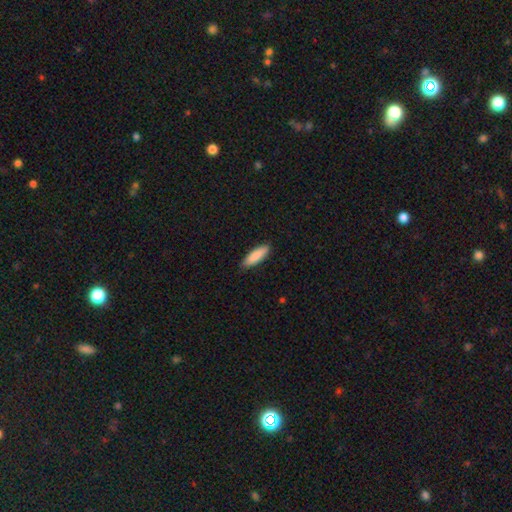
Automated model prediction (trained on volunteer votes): Smooth or featured? smooth (87%)
How rounded? cigar-shaped (53%)
Merging? none (86%)